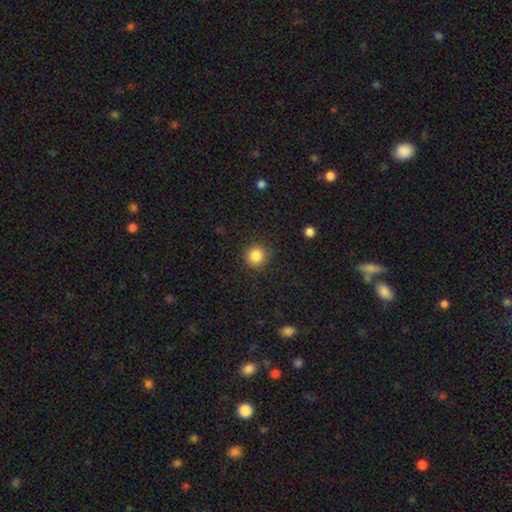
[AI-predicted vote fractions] Overall: smooth (85%). How rounded: round (93%). Merging: none (87%).